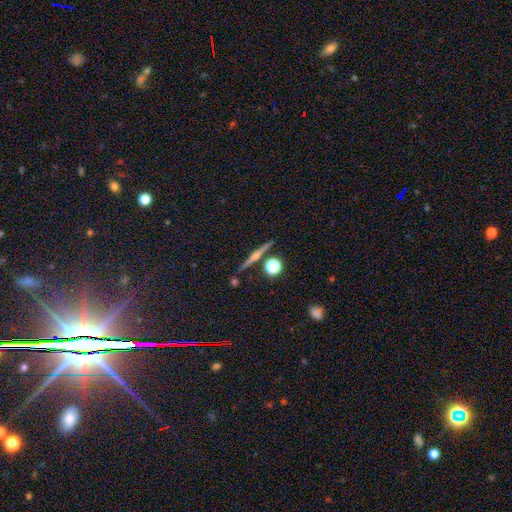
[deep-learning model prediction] Smooth or featured: featured or disk — 70% (smooth — 20%)
Edge-on disk: yes — 97% (no — 3%)
Edge-on bulge: rounded — 80% (none — 11%)
Merging: none — 85% (minor disturbance — 8%)